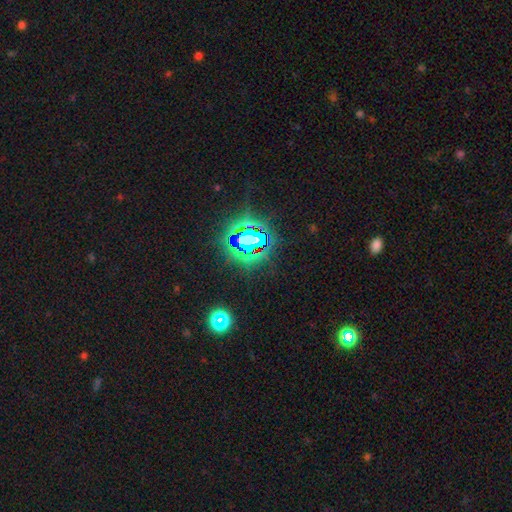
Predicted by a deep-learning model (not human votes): The model was most divided on "smooth or featured": star or artifact: 81%, smooth: 12%, featured or disk: 7%.